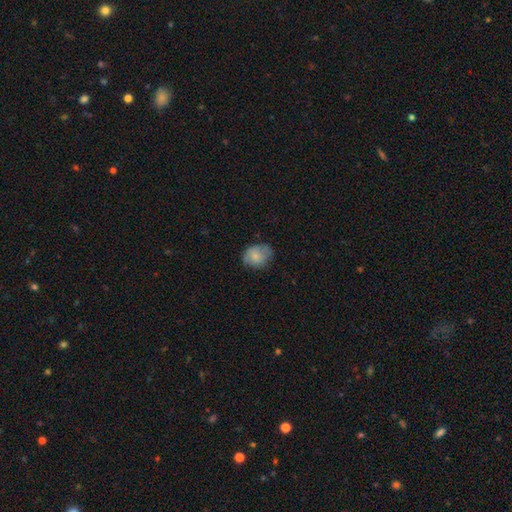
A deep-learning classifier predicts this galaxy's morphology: A smooth galaxy with no disk features (71%) that is round (52%). Merging: none (64%).